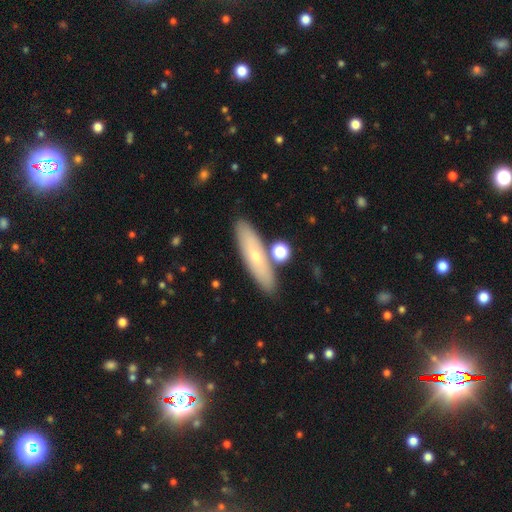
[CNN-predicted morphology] A smooth galaxy with no disk features (58%) that is cigar-shaped (71%).

Vote fractions:
- Smooth or featured? smooth: 58% / featured or disk: 35% / star or artifact: 8%
- How rounded? cigar-shaped: 71% / in between: 26% / round: 3%
- Merging? none: 82% / minor disturbance: 10% / merger: 6% / major disturbance: 2%